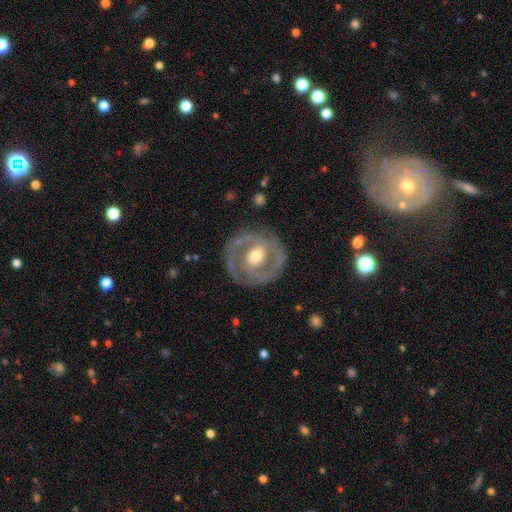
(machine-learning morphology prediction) Smooth or featured: featured or disk — 78% (smooth — 18%)
Edge-on disk: no — 97% (yes — 3%)
Bar: no — 51% (weak — 34%)
Spiral arms: yes — 70% (no — 30%)
Spiral winding: tight — 53% (medium — 36%)
Spiral arm count: 2 — 69% (can't tell — 15%)
Bulge size: moderate — 70% (small — 17%)
Merging: none — 81% (minor disturbance — 12%)